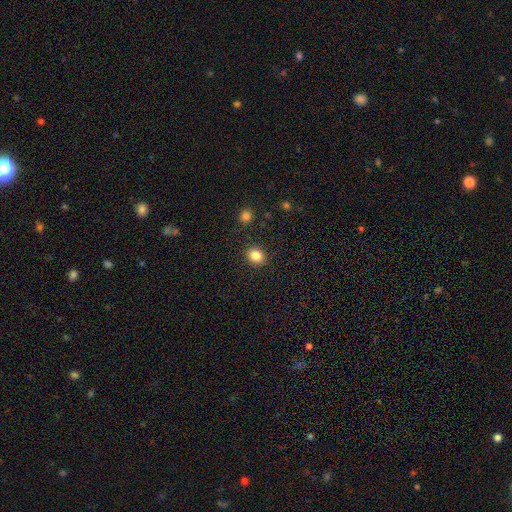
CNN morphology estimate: Smooth or featured: smooth — 85% (star or artifact — 10%)
How rounded: round — 65% (in between — 34%)
Merging: none — 88% (minor disturbance — 8%)